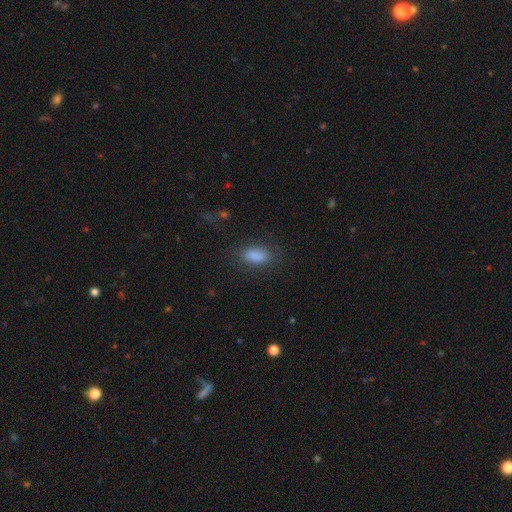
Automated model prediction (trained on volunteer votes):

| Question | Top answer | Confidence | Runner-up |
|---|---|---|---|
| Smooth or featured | smooth | 86% | star or artifact (8%) |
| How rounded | in between | 89% | cigar-shaped (6%) |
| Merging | none | 76% | minor disturbance (15%) |